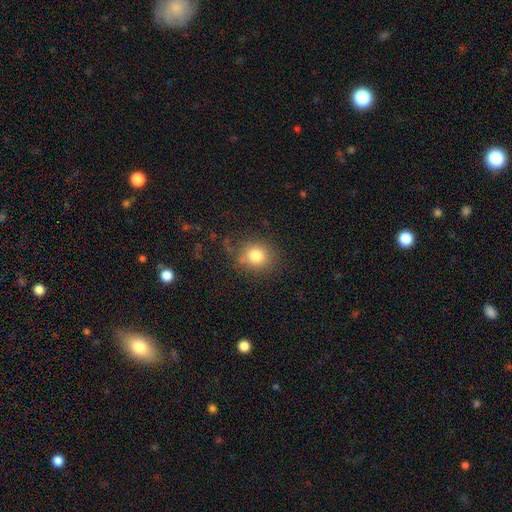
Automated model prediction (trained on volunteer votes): Overall: smooth (81%). How rounded: round (78%). Merging: none (77%).